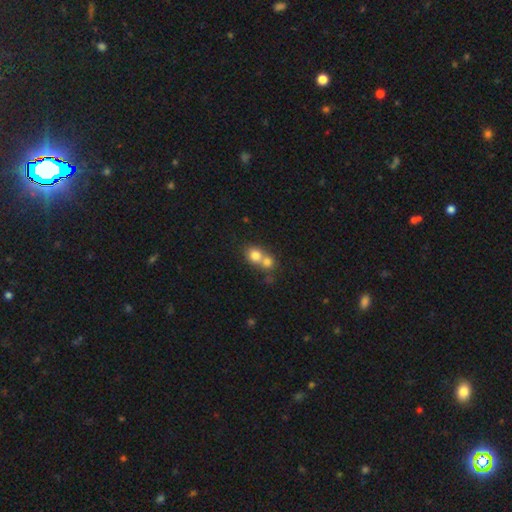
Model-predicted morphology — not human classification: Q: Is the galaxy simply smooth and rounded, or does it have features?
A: smooth — 77%.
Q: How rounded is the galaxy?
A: round — 78%.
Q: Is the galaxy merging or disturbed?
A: merger — 62%.